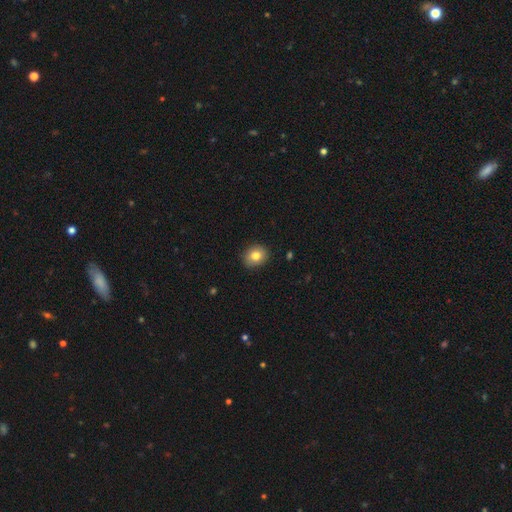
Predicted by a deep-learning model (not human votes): The model was most divided on "how rounded": round: 64%, in between: 35%, cigar-shaped: 1%. More confident: merging — none (89%); smooth or featured — smooth (81%).